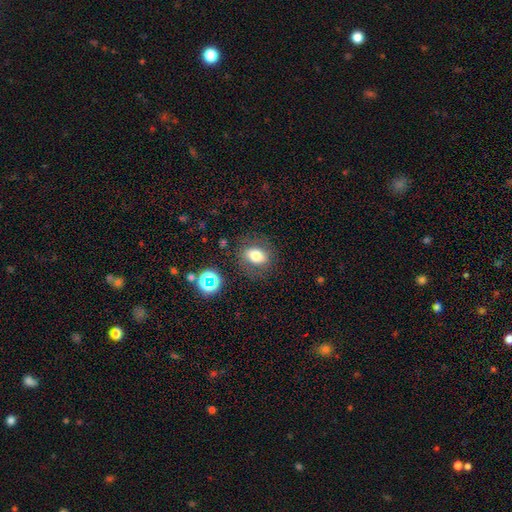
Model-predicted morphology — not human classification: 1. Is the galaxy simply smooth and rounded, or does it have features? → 70% smooth, 17% featured or disk, 13% star or artifact.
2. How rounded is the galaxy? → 61% in between, 37% round, 2% cigar-shaped.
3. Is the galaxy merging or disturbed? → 78% none, 13% minor disturbance, 7% major disturbance, 2% merger.